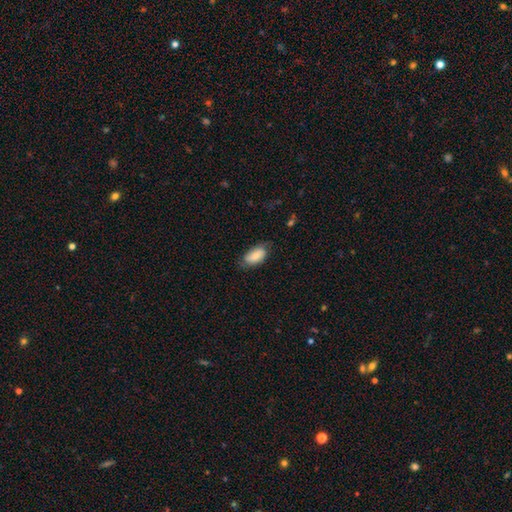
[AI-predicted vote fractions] smooth-or-featured: smooth: 78% | featured or disk: 16% | star or artifact: 7%
  how-rounded: in between: 93% | cigar-shaped: 4% | round: 3%
  merging: none: 66% | minor disturbance: 27% | major disturbance: 6% | merger: 1%